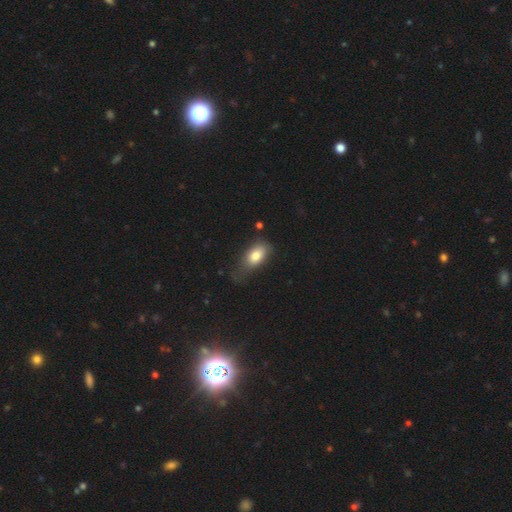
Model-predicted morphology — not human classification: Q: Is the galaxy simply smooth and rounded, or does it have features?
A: smooth — 80%.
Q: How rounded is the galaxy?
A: in between — 88%.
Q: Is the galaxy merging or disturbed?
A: none — 44%.